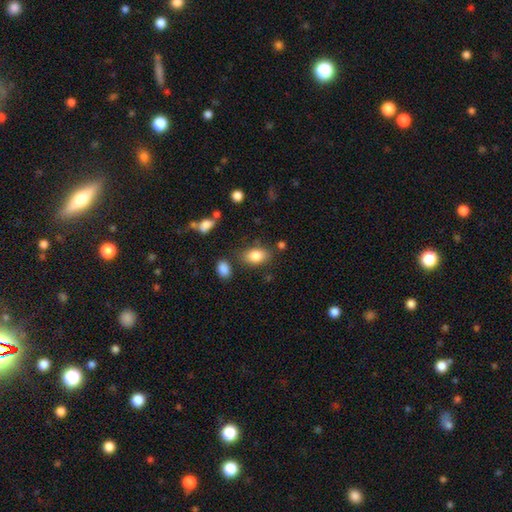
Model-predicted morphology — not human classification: A smooth galaxy with no disk features (84%) that is in between round and cigar-shaped (87%). Merging: none (76%).